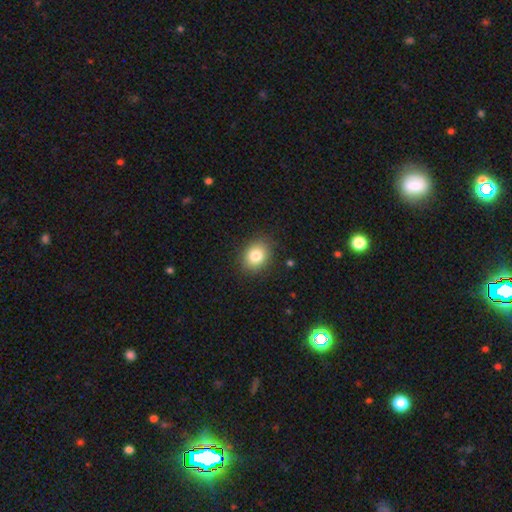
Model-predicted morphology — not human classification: A smooth galaxy with no disk features (83%) that is in between round and cigar-shaped (50%).

Vote fractions:
- Smooth or featured? smooth: 83% / star or artifact: 10% / featured or disk: 8%
- How rounded? in between: 50% / round: 49% / cigar-shaped: 1%
- Merging? none: 87% / minor disturbance: 10% / major disturbance: 3% / merger: 1%